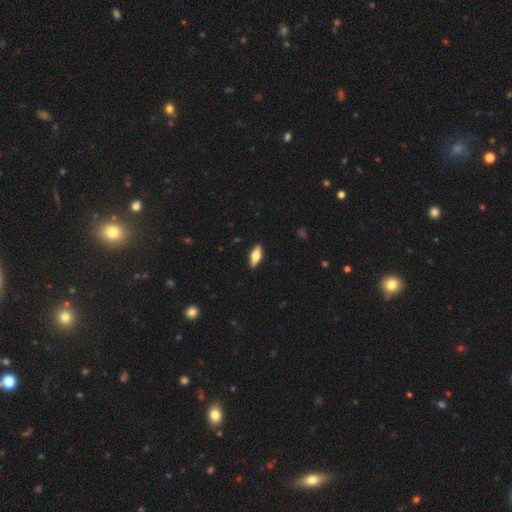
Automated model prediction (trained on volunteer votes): Q: Smooth or featured?
A: smooth (52%); runner-up: featured or disk (41%)
Q: How rounded?
A: in between (72%); runner-up: cigar-shaped (25%)
Q: Merging?
A: none (89%); runner-up: minor disturbance (8%)